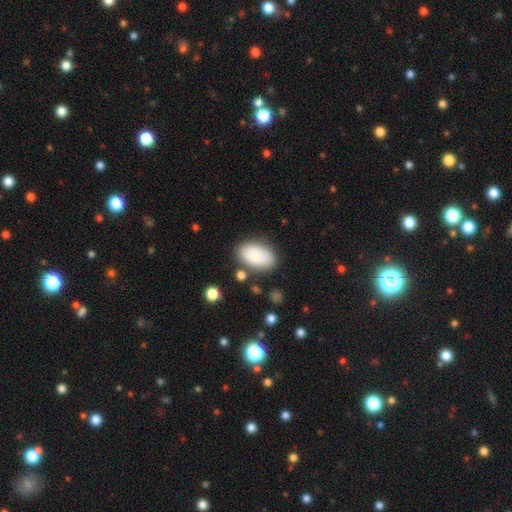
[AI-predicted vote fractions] smooth 86%, featured or disk 7%, star or artifact 7%. Down the decision tree: how rounded — in between (93%); merging — none (78%).